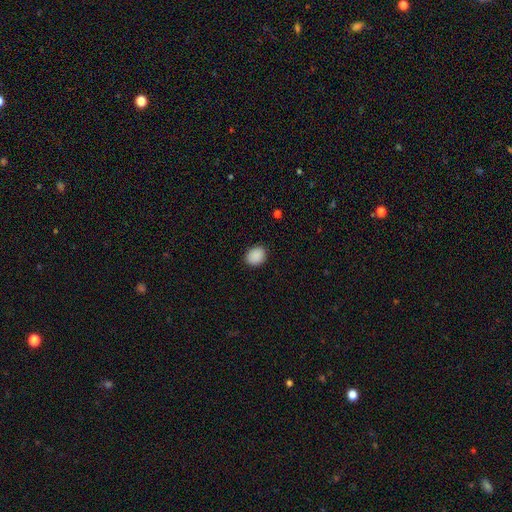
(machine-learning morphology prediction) smooth-or-featured: smooth: 90% | star or artifact: 8% | featured or disk: 2%
  how-rounded: round: 51% | in between: 48% | cigar-shaped: 1%
  merging: none: 88% | minor disturbance: 9% | major disturbance: 2% | merger: 1%